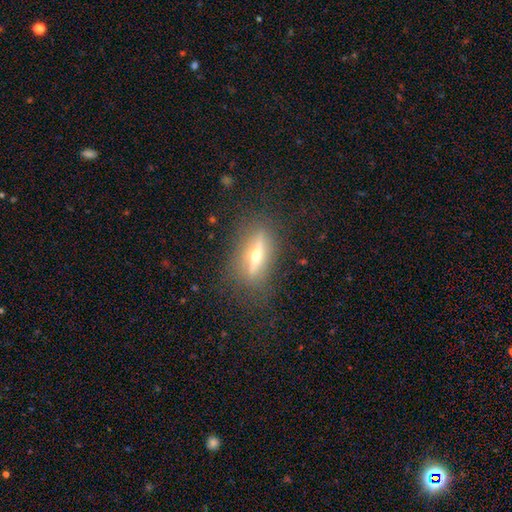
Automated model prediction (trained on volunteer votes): Smooth or featured?
  - featured or disk: 67% *
  - smooth: 25%
  - star or artifact: 8%
Edge-on disk?
  - yes: 83% *
  - no: 17%
Edge-on bulge?
  - rounded: 93% *
  - none: 4%
  - boxy: 3%
Merging?
  - none: 81% *
  - minor disturbance: 12%
  - major disturbance: 6%
  - merger: 1%